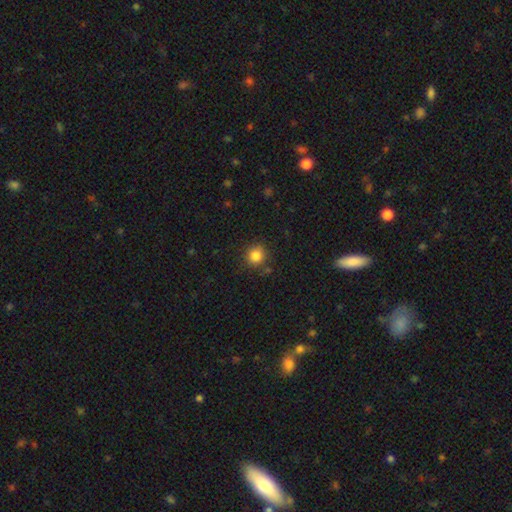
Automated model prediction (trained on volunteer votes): smooth_or_featured: smooth (p=0.84) [alt: star or artifact p=0.11]
how_rounded: round (p=0.90) [alt: in between p=0.10]
merging: none (p=0.84) [alt: minor disturbance p=0.10]